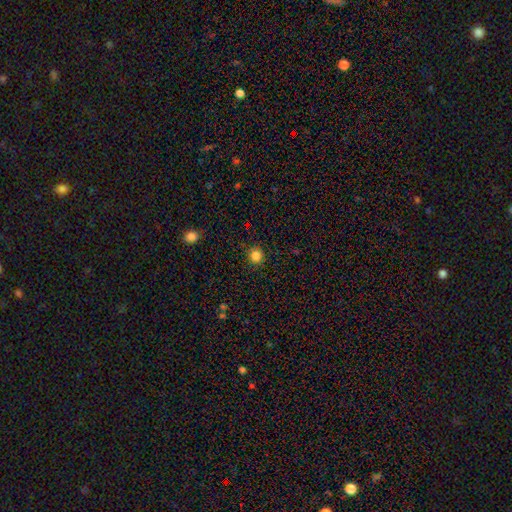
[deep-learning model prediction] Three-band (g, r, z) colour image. It shows a smooth galaxy with no disk features (84%) that is round (91%). Merging: none (90%).